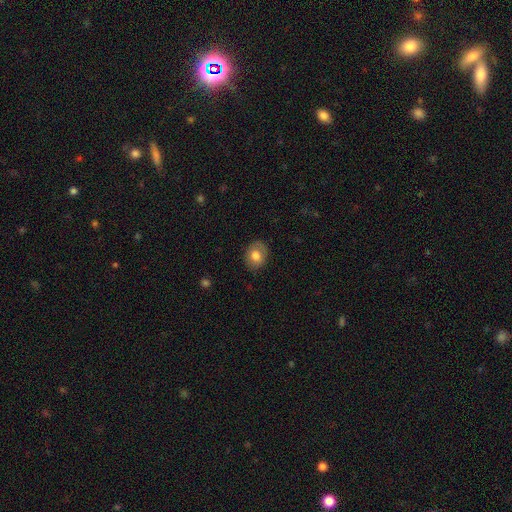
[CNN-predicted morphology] Smooth or featured?
  - smooth: 76% *
  - featured or disk: 16%
  - star or artifact: 8%
How rounded?
  - round: 51% *
  - in between: 48%
  - cigar-shaped: 1%
Merging?
  - none: 82% *
  - minor disturbance: 13%
  - major disturbance: 3%
  - merger: 1%